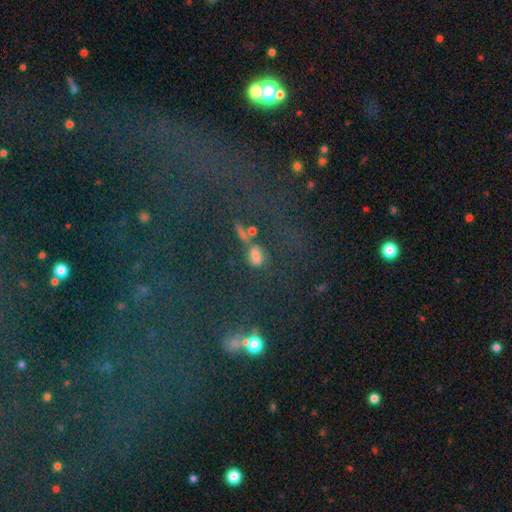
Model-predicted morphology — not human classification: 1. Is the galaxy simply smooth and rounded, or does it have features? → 52% smooth, 34% star or artifact, 13% featured or disk.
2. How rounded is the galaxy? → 55% in between, 36% round, 9% cigar-shaped.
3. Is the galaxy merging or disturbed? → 52% none, 19% merger, 16% minor disturbance, 13% major disturbance.